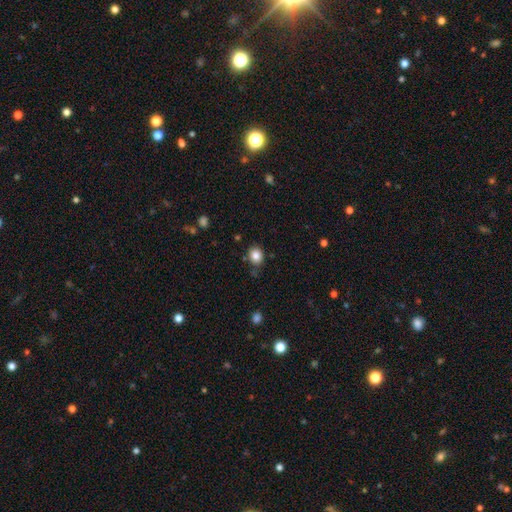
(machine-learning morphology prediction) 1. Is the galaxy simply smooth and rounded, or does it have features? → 84% smooth, 10% star or artifact, 5% featured or disk.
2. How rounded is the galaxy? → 66% round, 34% in between, 1% cigar-shaped.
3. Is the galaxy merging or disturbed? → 80% none, 13% minor disturbance, 4% merger, 3% major disturbance.